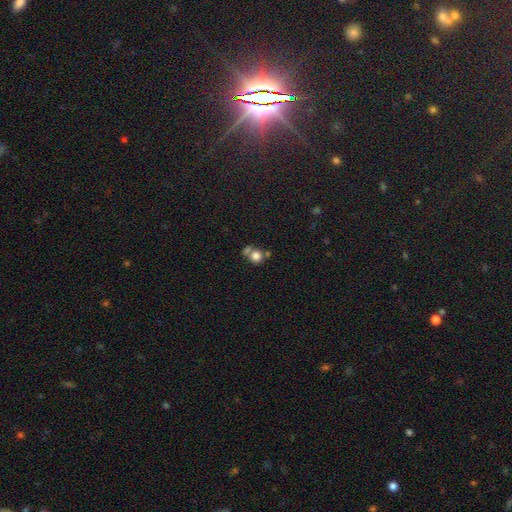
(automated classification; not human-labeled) Smooth or featured: smooth — 78% (star or artifact — 12%)
How rounded: round — 85% (in between — 14%)
Merging: none — 47% (merger — 37%)